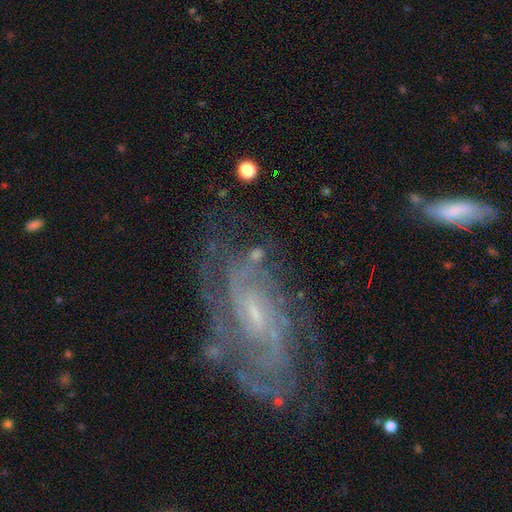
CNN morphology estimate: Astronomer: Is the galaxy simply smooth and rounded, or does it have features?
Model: featured or disk — 83%.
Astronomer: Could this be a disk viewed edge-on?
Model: no — 96%.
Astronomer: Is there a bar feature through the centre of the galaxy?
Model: weak — 54%.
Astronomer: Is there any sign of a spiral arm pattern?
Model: yes — 95%.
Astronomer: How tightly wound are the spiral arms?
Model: tight — 49% (runner-up: medium, 40%).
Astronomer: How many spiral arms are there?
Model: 2 — 32% (runner-up: can't tell, 29%).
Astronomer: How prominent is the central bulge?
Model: small — 59%.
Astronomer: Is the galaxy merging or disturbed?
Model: none — 66%.